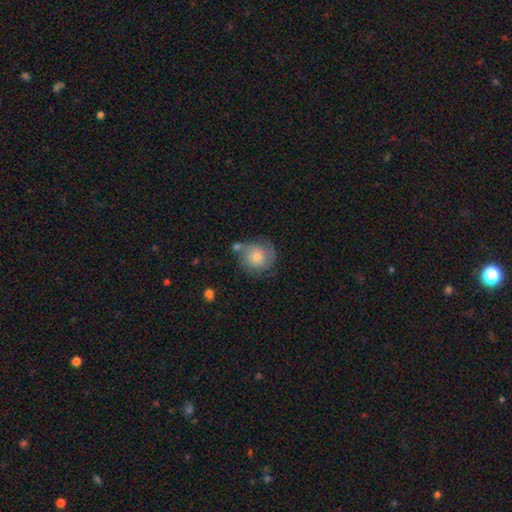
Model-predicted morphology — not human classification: type=smooth (51%); roundness=round (87%); merging=none (63%).